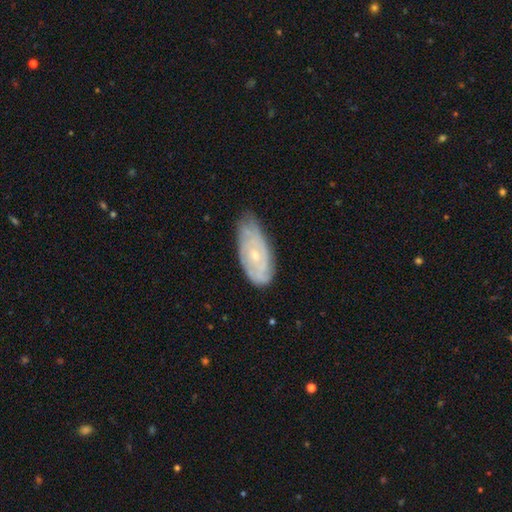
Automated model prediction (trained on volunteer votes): featured or disk 66%, smooth 27%, star or artifact 6%. Down the decision tree: edge-on disk — no (91%); bar — no (74%); spiral arms — yes (81%); bulge size — small (68%); merging — none (63%).